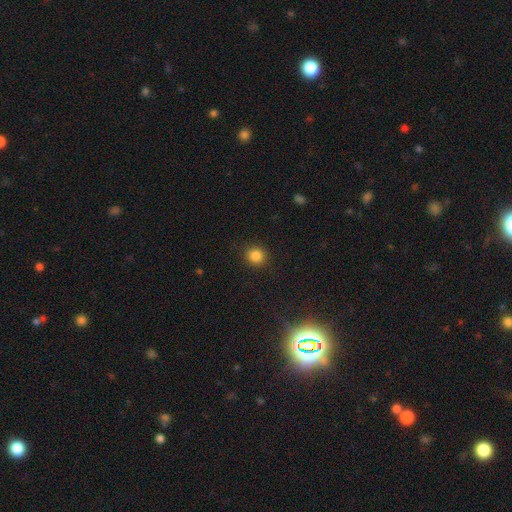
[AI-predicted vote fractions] This appears to be a smooth galaxy with no disk features (84%) that is round (91%). Merging: none (91%).